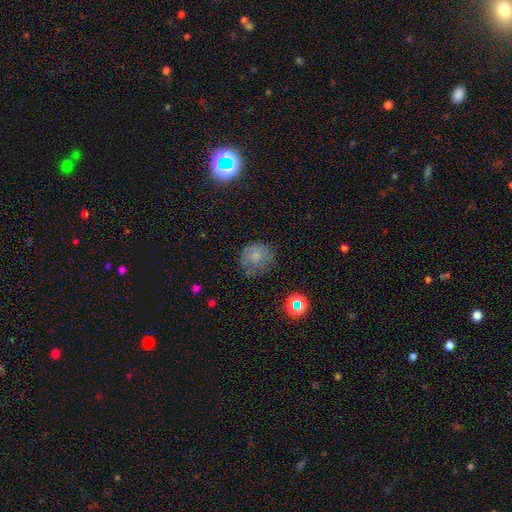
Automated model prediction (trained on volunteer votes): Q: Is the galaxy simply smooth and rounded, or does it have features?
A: smooth — 74%.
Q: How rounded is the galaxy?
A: round — 82%.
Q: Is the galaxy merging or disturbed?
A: none — 67%.